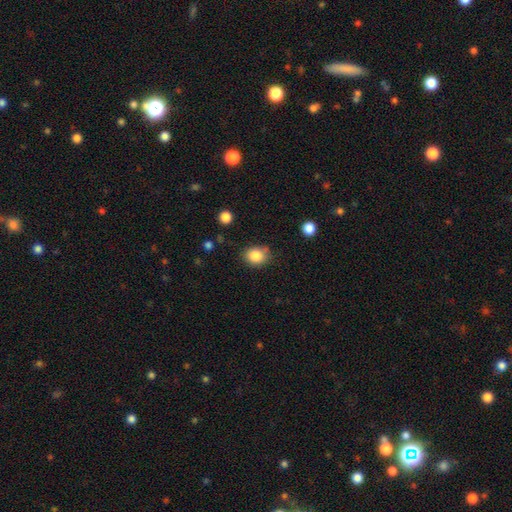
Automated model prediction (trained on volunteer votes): The model was most divided on "how rounded": round: 60%, in between: 39%, cigar-shaped: 1%. More confident: smooth or featured — smooth (85%); merging — none (76%).